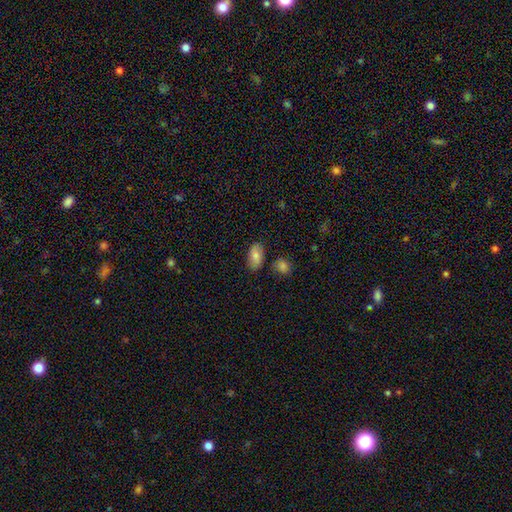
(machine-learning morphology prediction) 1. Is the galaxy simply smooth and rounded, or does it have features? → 81% smooth, 11% featured or disk, 8% star or artifact.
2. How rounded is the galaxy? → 93% in between, 5% round, 3% cigar-shaped.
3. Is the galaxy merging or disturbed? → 78% none, 14% minor disturbance, 4% merger, 3% major disturbance.